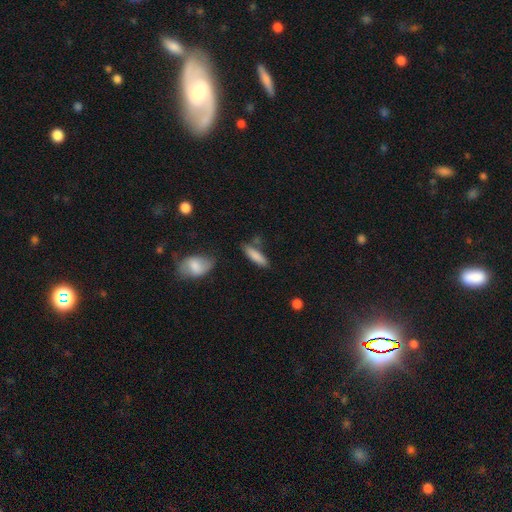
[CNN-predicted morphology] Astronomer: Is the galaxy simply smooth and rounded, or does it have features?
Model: smooth — 83%.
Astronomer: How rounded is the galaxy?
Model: cigar-shaped — 68%.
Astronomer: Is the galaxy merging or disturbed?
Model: none — 72%.